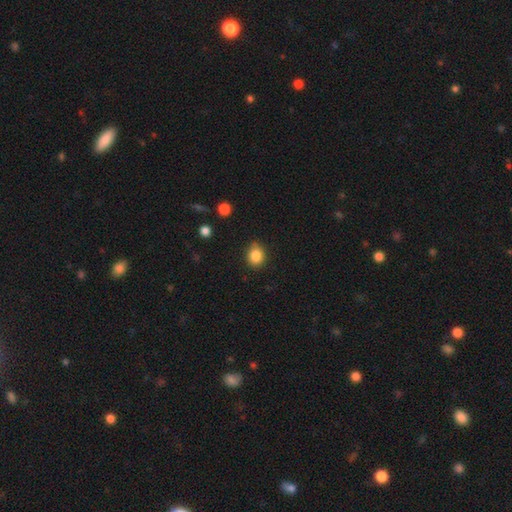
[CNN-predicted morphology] Q: Smooth or featured?
A: smooth (85%); runner-up: star or artifact (10%)
Q: How rounded?
A: round (65%); runner-up: in between (34%)
Q: Merging?
A: none (78%); runner-up: minor disturbance (17%)